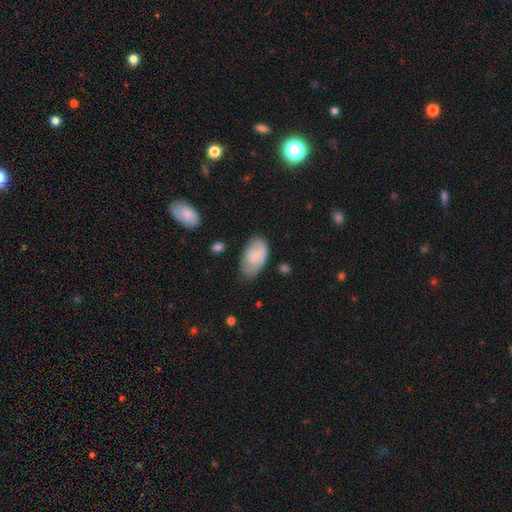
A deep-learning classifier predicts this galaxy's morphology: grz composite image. It shows a smooth galaxy with no disk features (64%) that is in between round and cigar-shaped (94%). Merging: none (58%).